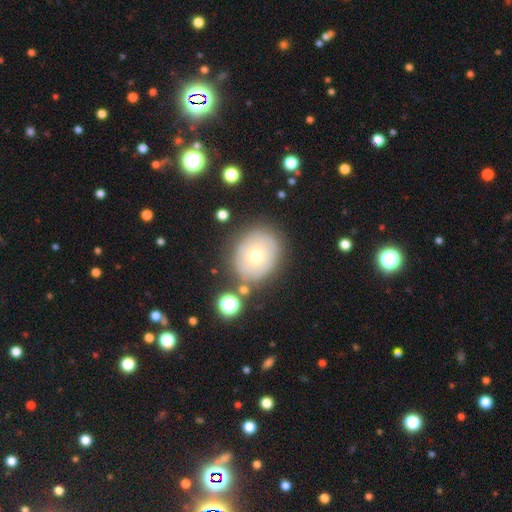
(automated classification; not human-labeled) Smooth or featured? smooth (58%)
How rounded? round (62%)
Merging? none (74%)